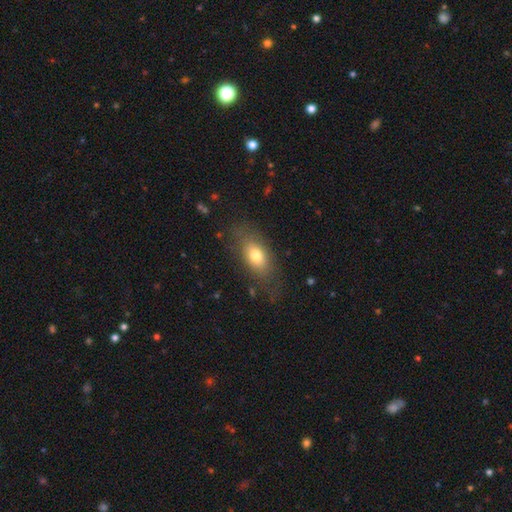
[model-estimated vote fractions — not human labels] The model was most divided on "smooth or featured": smooth: 73%, featured or disk: 18%, star or artifact: 9%. More confident: how rounded — in between (83%); merging — none (73%).